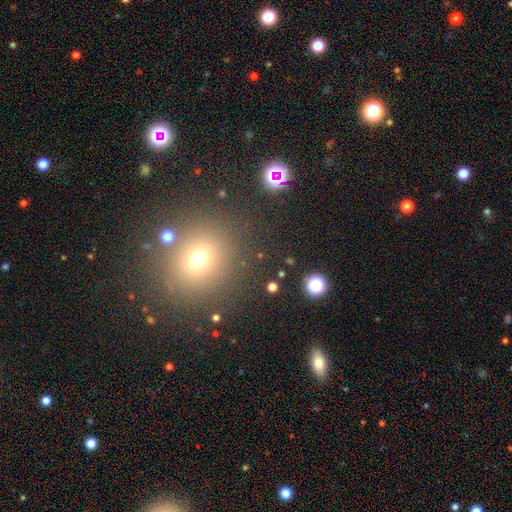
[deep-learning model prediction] smooth_or_featured: smooth (p=0.55) [alt: star or artifact p=0.34]
how_rounded: round (p=0.81) [alt: in between p=0.17]
merging: none (p=0.86) [alt: minor disturbance p=0.07]